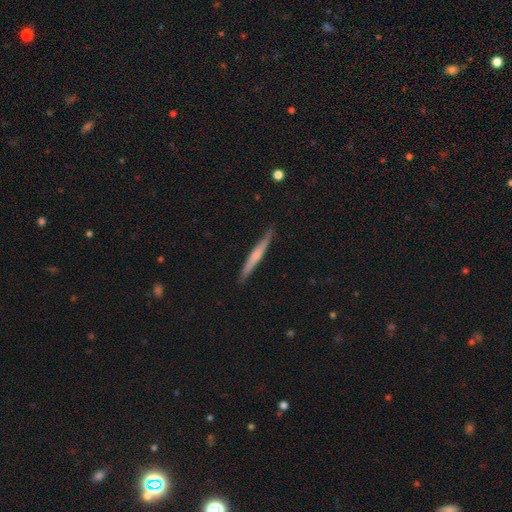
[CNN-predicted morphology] Q: Smooth or featured?
A: featured or disk (51%); runner-up: smooth (43%)
Q: Edge-on disk?
A: yes (97%); runner-up: no (3%)
Q: Merging?
A: none (88%); runner-up: minor disturbance (9%)